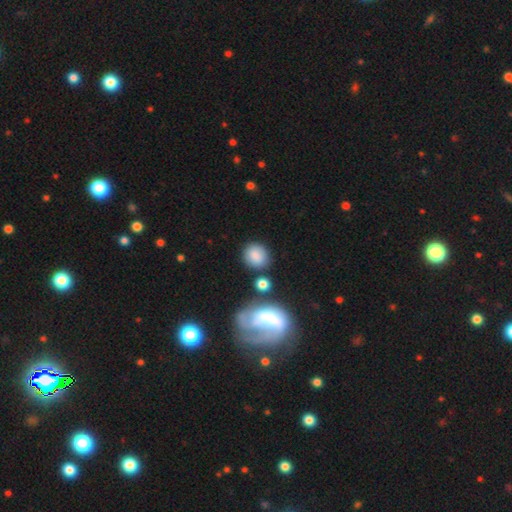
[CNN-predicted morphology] smooth 82%, featured or disk 9%, star or artifact 8%. Down the decision tree: how rounded — round (70%); merging — none (74%).